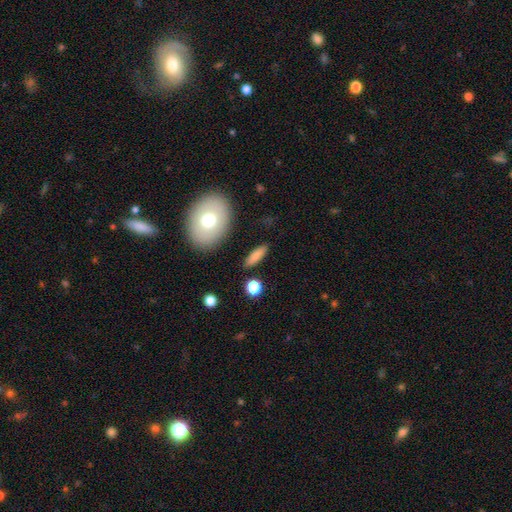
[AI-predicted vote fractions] Smooth or featured? Predicted: smooth (p=0.80). How rounded? Predicted: cigar-shaped (p=0.51). Merging? Predicted: none (p=0.87).